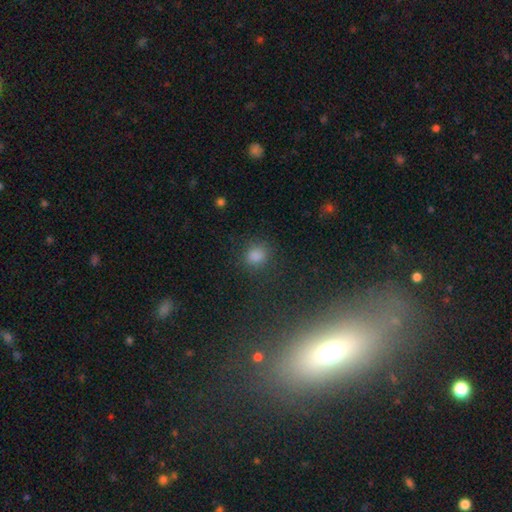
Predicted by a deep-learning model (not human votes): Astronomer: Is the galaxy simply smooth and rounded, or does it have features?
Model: smooth — 72%.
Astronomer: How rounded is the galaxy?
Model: round — 76%.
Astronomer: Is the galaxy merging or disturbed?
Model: none — 85%.